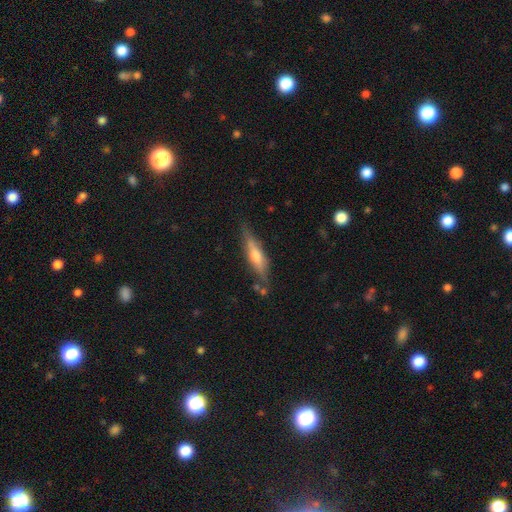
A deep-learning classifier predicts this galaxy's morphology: featured or disk 56%, smooth 38%, star or artifact 7%. Down the decision tree: edge-on disk — yes (90%); merging — none (76%).